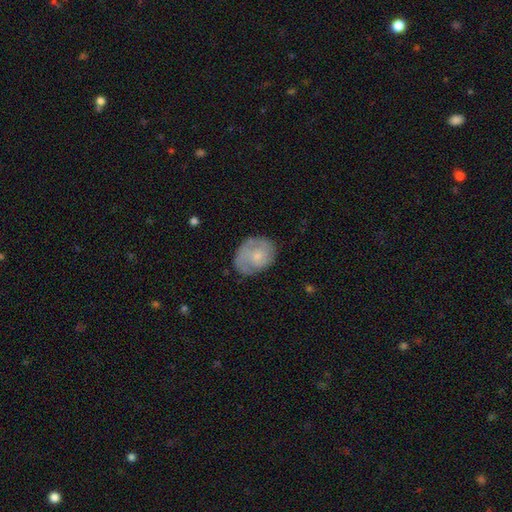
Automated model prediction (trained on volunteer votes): Smooth or featured? smooth (49%)
Merging? none (63%)